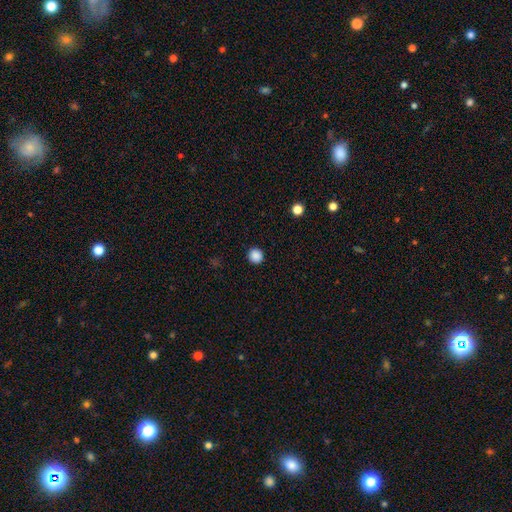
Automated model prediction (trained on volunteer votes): The model was most divided on "smooth or featured": smooth: 88%, star or artifact: 10%, featured or disk: 2%. More confident: how rounded — round (94%); merging — none (93%).